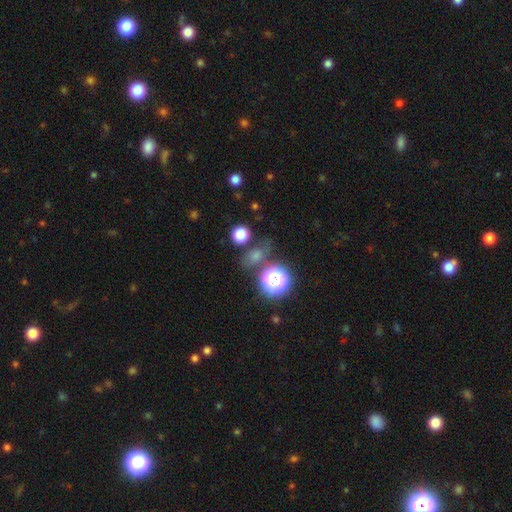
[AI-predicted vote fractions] smooth 64%, star or artifact 26%, featured or disk 10%. Down the decision tree: how rounded — round (62%); merging — none (67%).